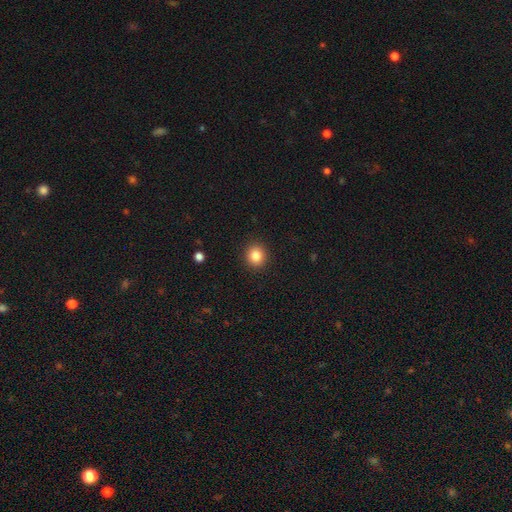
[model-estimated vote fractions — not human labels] A smooth galaxy with no disk features (83%) that is round (89%). Merging: none (92%).